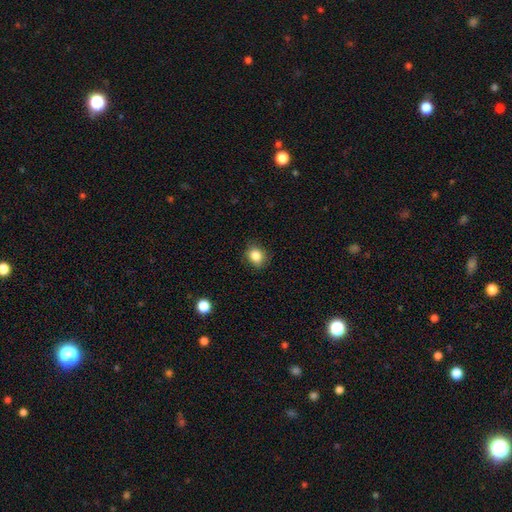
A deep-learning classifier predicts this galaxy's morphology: This appears to be a smooth galaxy with no disk features (85%) that is round (63%). Merging: none (83%).